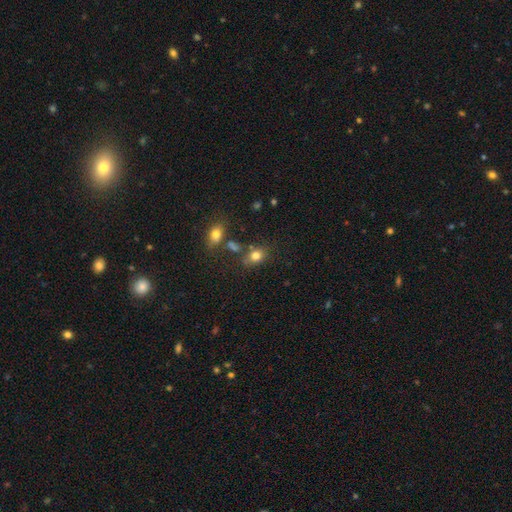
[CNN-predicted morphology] A smooth galaxy with no disk features (79%) that is in between round and cigar-shaped (50%).

Vote fractions:
- Smooth or featured? smooth: 79% / star or artifact: 13% / featured or disk: 8%
- How rounded? in between: 50% / round: 48% / cigar-shaped: 1%
- Merging? none: 63% / minor disturbance: 16% / merger: 14% / major disturbance: 7%